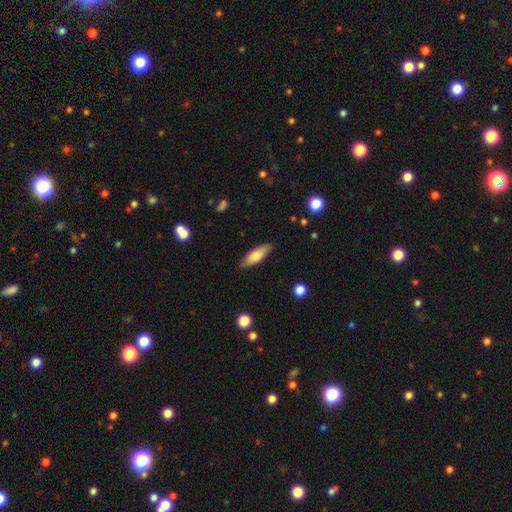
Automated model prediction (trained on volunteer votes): Smooth or featured? smooth (68%)
How rounded? in between (58%)
Merging? none (86%)